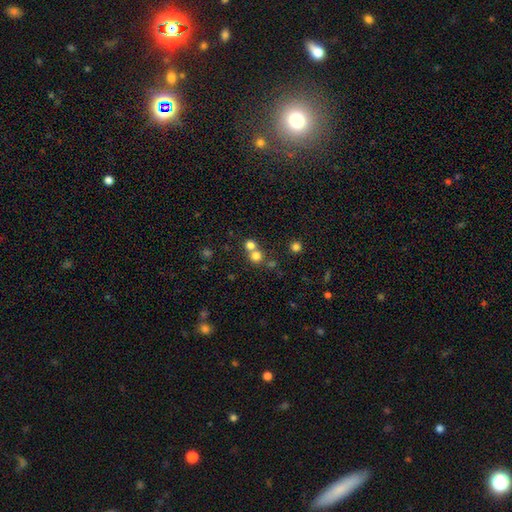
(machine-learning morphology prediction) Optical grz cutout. It shows a smooth galaxy with no disk features (75%) that is round (89%). Merging: none (51%).